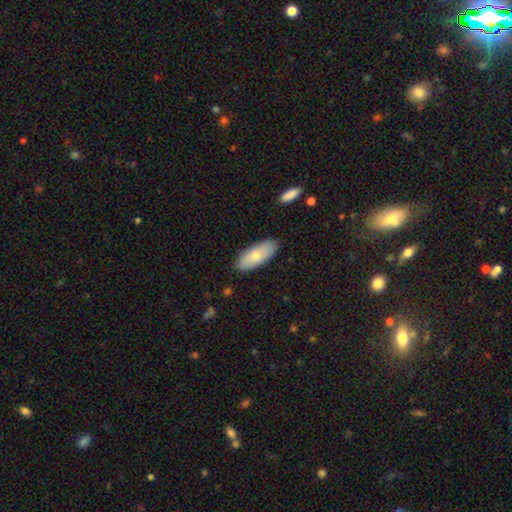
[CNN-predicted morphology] Smooth or featured? Predicted: smooth (p=0.72). How rounded? Predicted: in between (p=0.84). Merging? Predicted: none (p=0.86).